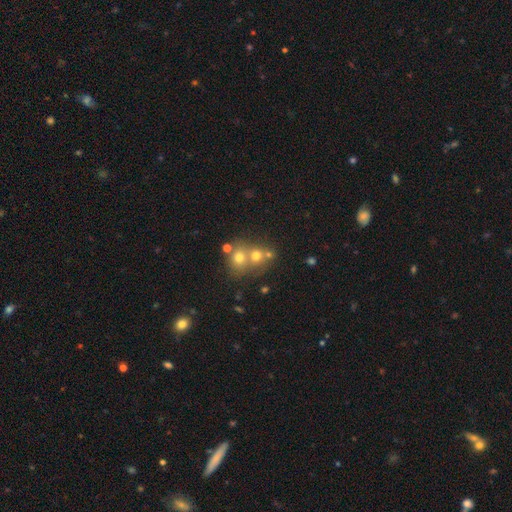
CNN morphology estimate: Smooth or featured?
  - smooth: 55% *
  - star or artifact: 23%
  - featured or disk: 21%
How rounded?
  - round: 77% *
  - in between: 22%
  - cigar-shaped: 1%
Merging?
  - merger: 53% *
  - none: 37%
  - minor disturbance: 7%
  - major disturbance: 3%